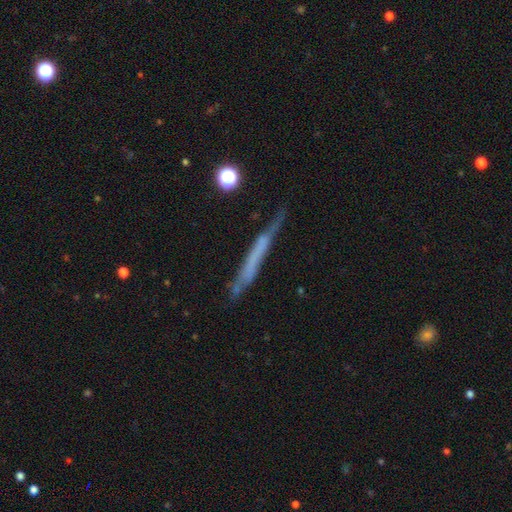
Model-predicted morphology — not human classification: The model was most divided on "smooth or featured": featured or disk: 50%, smooth: 40%, star or artifact: 9%. More confident: edge-on disk — yes (90%); merging — none (69%).